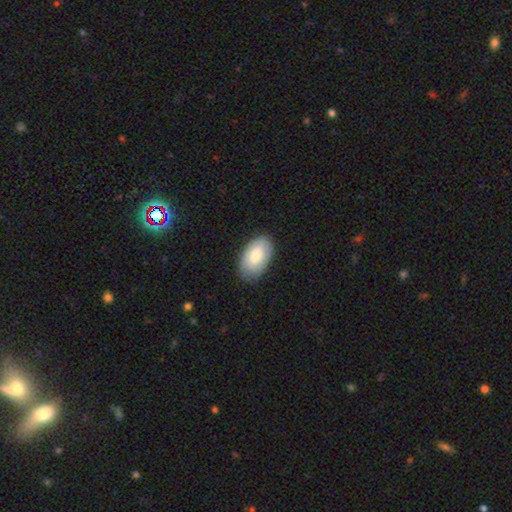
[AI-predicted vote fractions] smooth_or_featured: smooth (p=0.78) [alt: featured or disk p=0.16]
how_rounded: in between (p=0.95) [alt: round p=0.04]
merging: none (p=0.82) [alt: minor disturbance p=0.14]